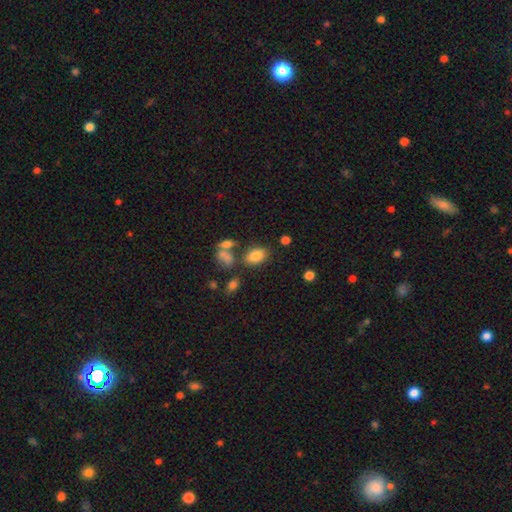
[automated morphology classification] Smooth or featured? smooth (80%)
How rounded? in between (86%)
Merging? none (68%)